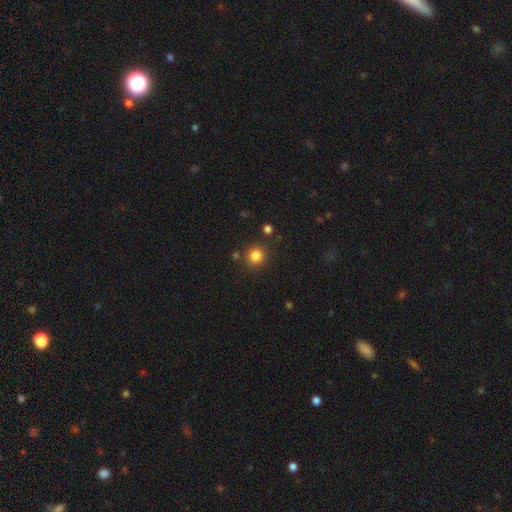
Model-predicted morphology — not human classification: smooth 83%, star or artifact 12%, featured or disk 5%. Down the decision tree: how rounded — round (92%); merging — none (86%).